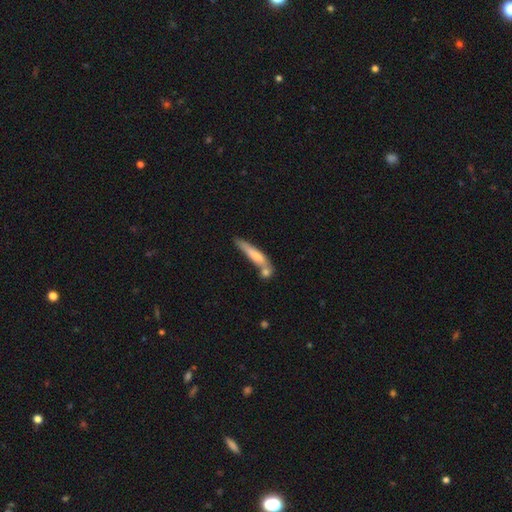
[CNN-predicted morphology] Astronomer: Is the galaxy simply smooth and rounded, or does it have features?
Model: smooth — 64%.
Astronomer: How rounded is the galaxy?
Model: cigar-shaped — 87%.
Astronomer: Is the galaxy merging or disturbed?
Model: none — 42% (runner-up: merger, 32%).